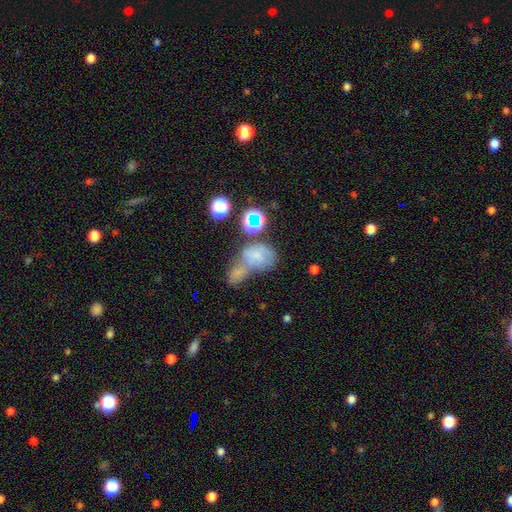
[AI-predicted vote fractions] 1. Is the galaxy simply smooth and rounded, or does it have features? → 53% smooth, 26% featured or disk, 22% star or artifact.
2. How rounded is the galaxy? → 68% in between, 30% round, 2% cigar-shaped.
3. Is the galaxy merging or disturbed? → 60% merger, 18% none, 12% major disturbance, 11% minor disturbance.